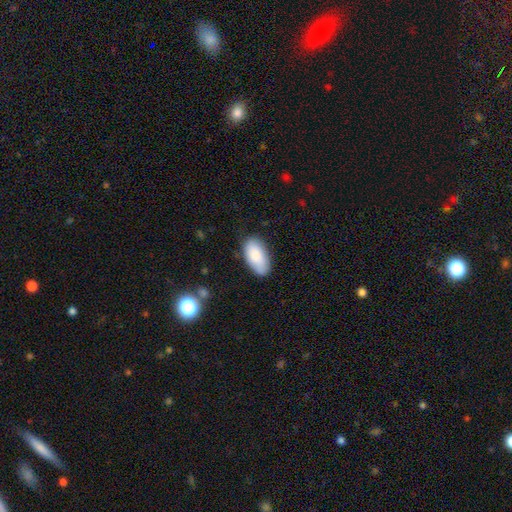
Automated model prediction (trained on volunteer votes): Smooth or featured: smooth — 85% (featured or disk — 9%)
How rounded: in between — 94% (cigar-shaped — 3%)
Merging: none — 80% (minor disturbance — 15%)